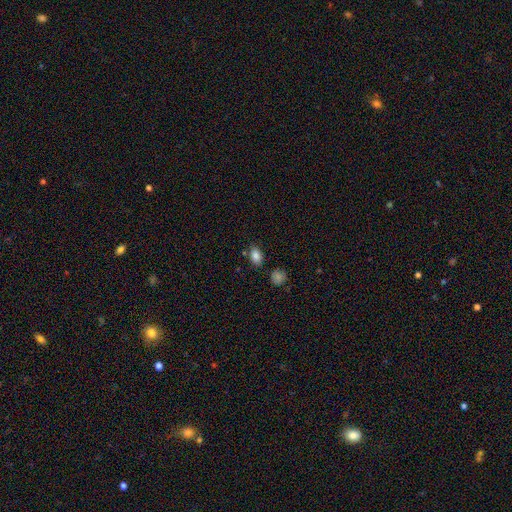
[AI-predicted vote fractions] smooth 85%, star or artifact 9%, featured or disk 6%. Down the decision tree: how rounded — in between (85%); merging — none (80%).